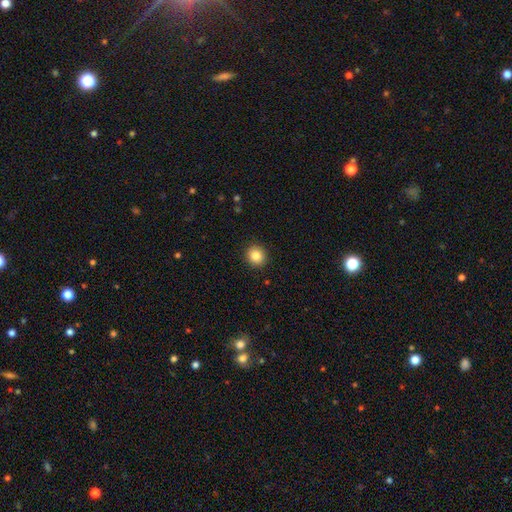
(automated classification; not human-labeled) Smooth or featured: smooth — 86% (star or artifact — 9%)
How rounded: round — 89% (in between — 10%)
Merging: none — 92% (minor disturbance — 5%)